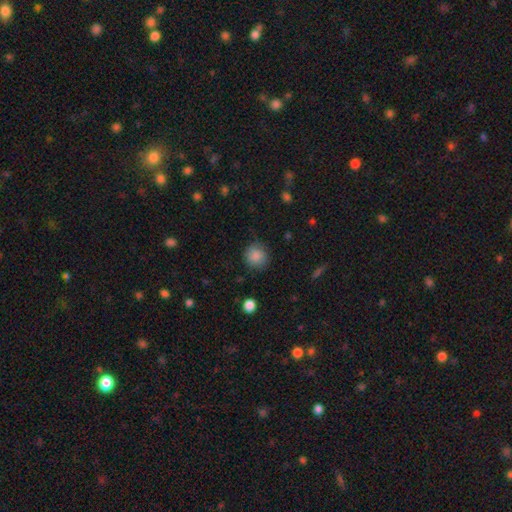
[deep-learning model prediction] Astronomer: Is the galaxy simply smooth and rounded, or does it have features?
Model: smooth — 86%.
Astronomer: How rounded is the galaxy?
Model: round — 89%.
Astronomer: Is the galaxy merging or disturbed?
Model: none — 82%.